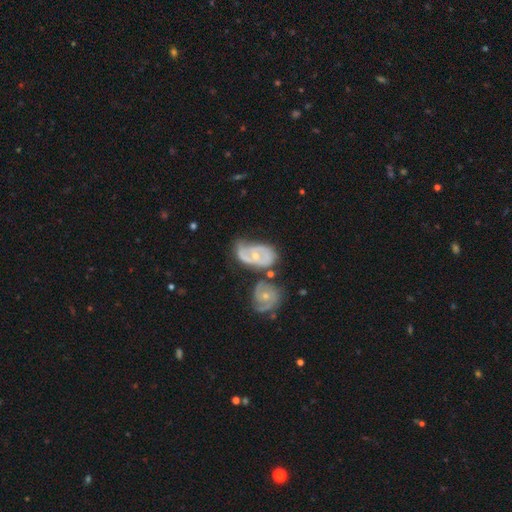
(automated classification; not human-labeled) Smooth or featured: featured or disk — 72% (smooth — 22%)
Edge-on disk: no — 95% (yes — 5%)
Bar: no — 72% (weak — 22%)
Spiral arms: yes — 72% (no — 28%)
Bulge size: small — 53% (moderate — 43%)
Merging: none — 30% (minor disturbance — 27%)